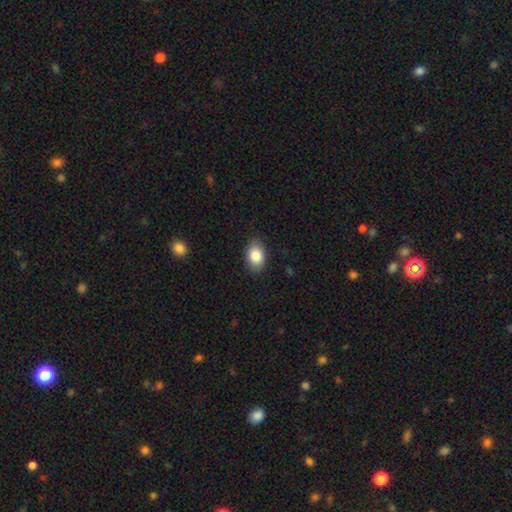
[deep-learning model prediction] This appears to be a smooth galaxy with no disk features (86%) that is in between round and cigar-shaped (85%). Merging: none (85%).